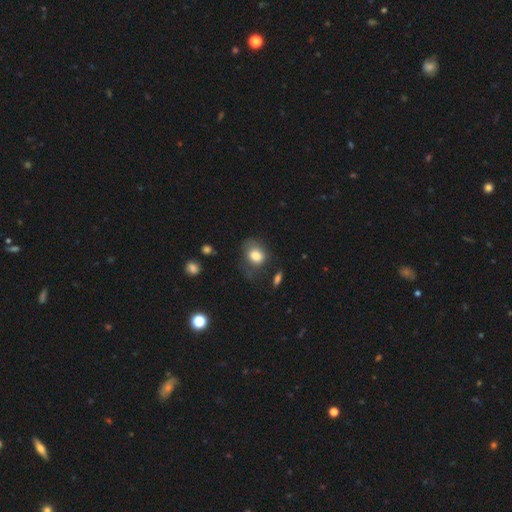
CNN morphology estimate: Smooth or featured: smooth — 80% (featured or disk — 11%)
How rounded: in between — 56% (round — 43%)
Merging: none — 52% (minor disturbance — 29%)